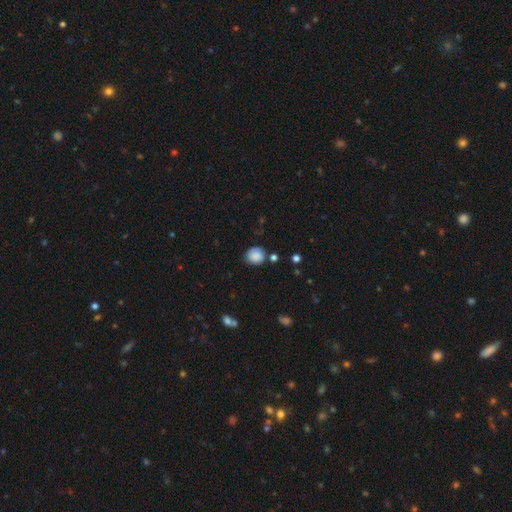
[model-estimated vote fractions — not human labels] This appears to be a smooth galaxy with no disk features (86%) that is round (83%). Merging: none (76%).